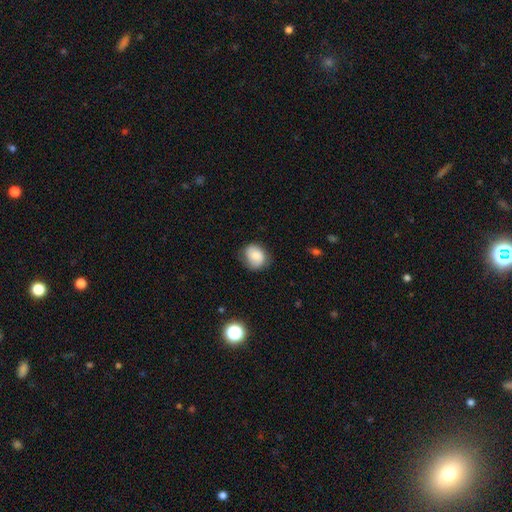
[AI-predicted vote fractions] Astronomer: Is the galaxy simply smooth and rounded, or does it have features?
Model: smooth — 73%.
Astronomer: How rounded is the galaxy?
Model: round — 64%.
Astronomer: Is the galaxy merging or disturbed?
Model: none — 66%.